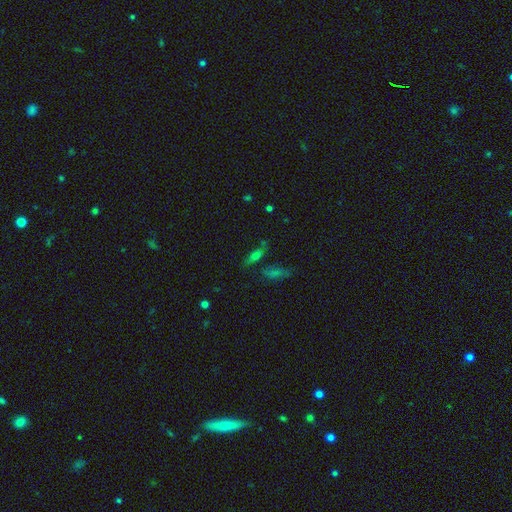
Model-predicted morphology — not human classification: A smooth galaxy with no disk features (56%) that is in between round and cigar-shaped (51%).

Vote fractions:
- Smooth or featured? smooth: 56% / featured or disk: 25% / star or artifact: 20%
- How rounded? in between: 51% / cigar-shaped: 43% / round: 6%
- Merging? none: 62% / minor disturbance: 16% / merger: 15% / major disturbance: 7%